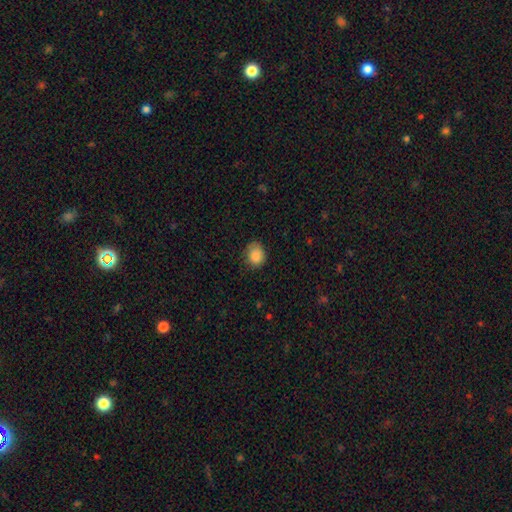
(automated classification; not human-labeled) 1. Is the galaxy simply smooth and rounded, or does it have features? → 86% smooth, 8% star or artifact, 6% featured or disk.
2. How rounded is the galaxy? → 66% round, 33% in between, 1% cigar-shaped.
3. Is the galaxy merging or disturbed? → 70% none, 23% minor disturbance, 5% major disturbance, 1% merger.